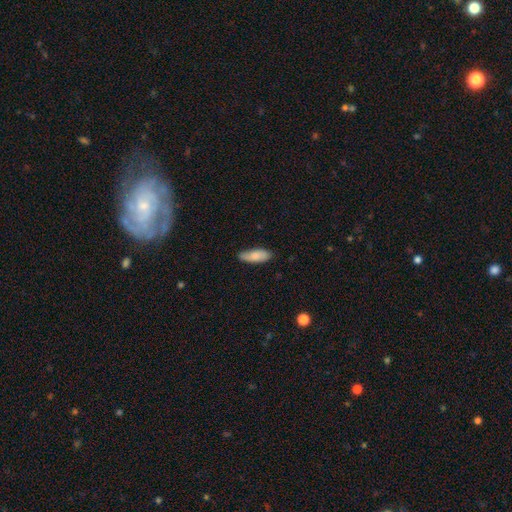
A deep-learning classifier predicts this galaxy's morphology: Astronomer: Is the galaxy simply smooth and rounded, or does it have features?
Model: smooth — 81%.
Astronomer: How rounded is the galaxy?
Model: in between — 67%.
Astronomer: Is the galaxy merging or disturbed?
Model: none — 79%.